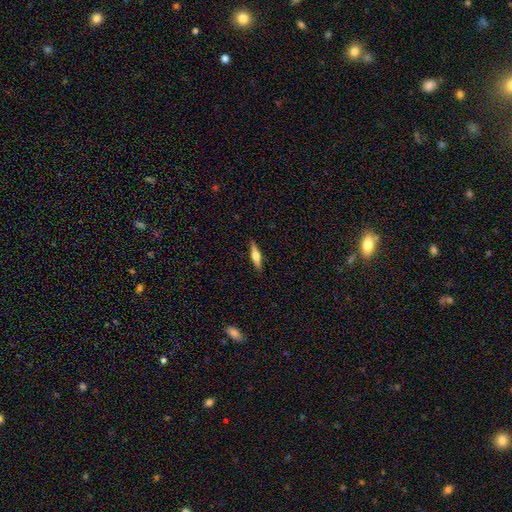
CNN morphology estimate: This is possibly a featured or disk galaxy (52%). It is clearly viewed edge-on (95%). Merging: clearly none (90%).